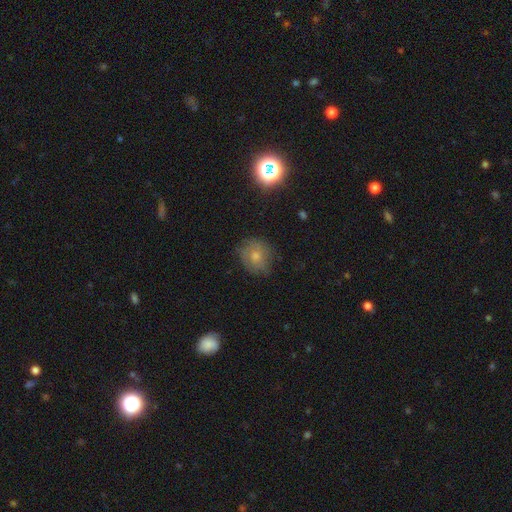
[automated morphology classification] A smooth galaxy with no disk features (70%) that is round (78%).

Vote fractions:
- Smooth or featured? smooth: 70% / featured or disk: 20% / star or artifact: 10%
- How rounded? round: 78% / in between: 21% / cigar-shaped: 1%
- Merging? none: 70% / minor disturbance: 22% / major disturbance: 6% / merger: 1%